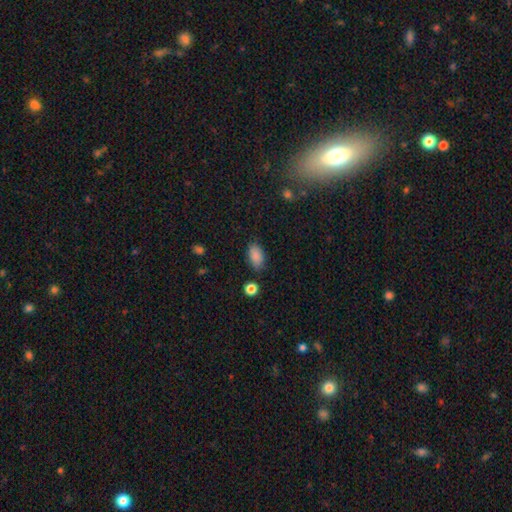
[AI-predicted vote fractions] smooth_or_featured: smooth (p=0.88) [alt: star or artifact p=0.08]
how_rounded: in between (p=0.92) [alt: round p=0.06]
merging: none (p=0.82) [alt: minor disturbance p=0.13]